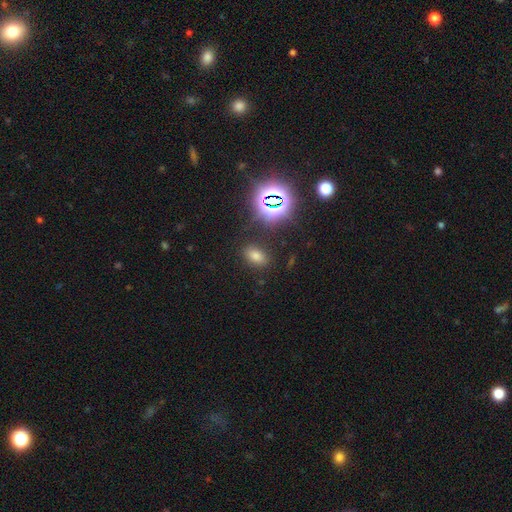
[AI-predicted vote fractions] This appears to be a smooth galaxy with no disk features (65%) that is in between round and cigar-shaped (84%). Merging: none (85%).